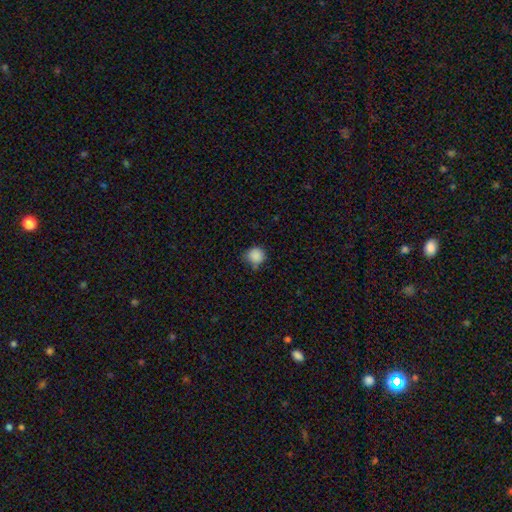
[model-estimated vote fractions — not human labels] A smooth galaxy with no disk features (87%) that is round (87%).

Vote fractions:
- Smooth or featured? smooth: 87% / star or artifact: 10% / featured or disk: 4%
- How rounded? round: 87% / in between: 12% / cigar-shaped: 1%
- Merging? none: 64% / minor disturbance: 26% / major disturbance: 6% / merger: 4%